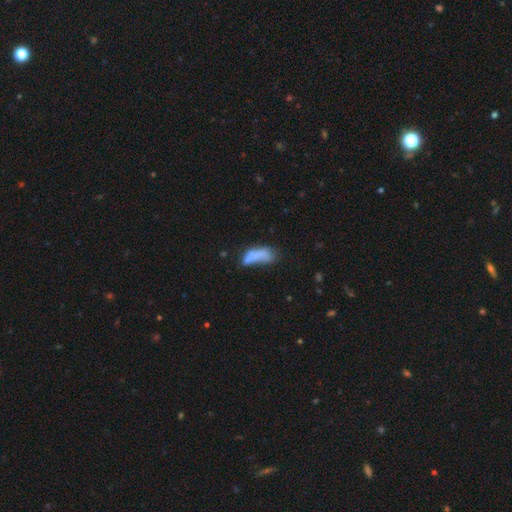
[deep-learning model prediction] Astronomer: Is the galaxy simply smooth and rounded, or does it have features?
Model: smooth — 69%.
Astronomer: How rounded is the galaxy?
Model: in between — 74%.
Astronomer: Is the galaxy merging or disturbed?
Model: major disturbance — 30% (runner-up: none, 28%).